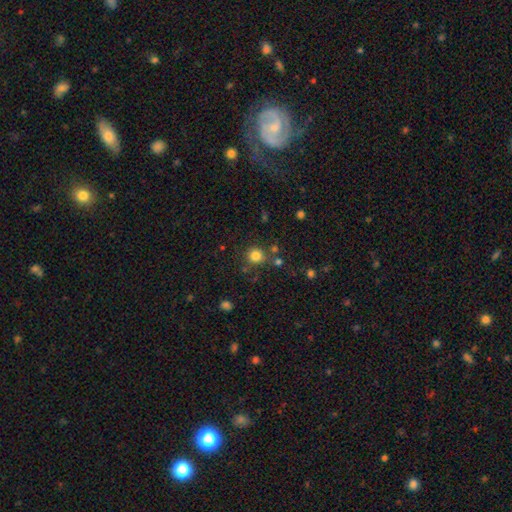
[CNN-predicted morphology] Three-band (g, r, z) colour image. It shows a smooth galaxy with no disk features (81%) that is round (91%). Merging: none (77%).